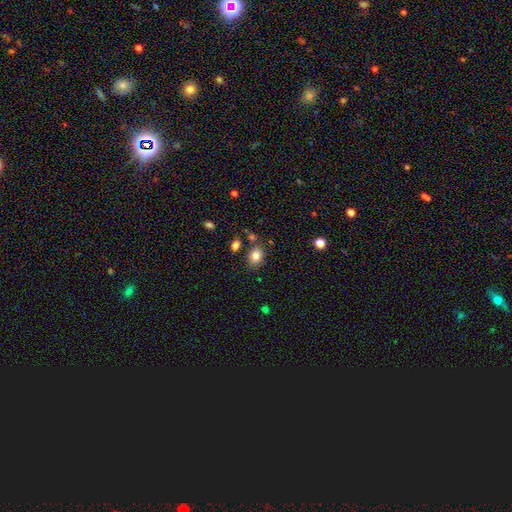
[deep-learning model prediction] Overall: smooth (83%). How rounded: in between (58%; round 41%). Merging: none (73%).